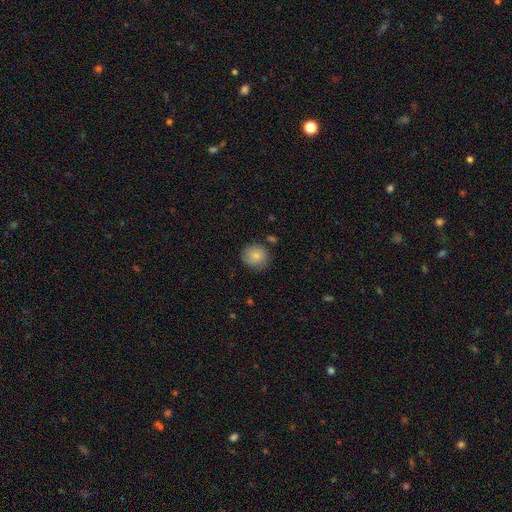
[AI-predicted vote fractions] A smooth galaxy with no disk features (82%) that is round (88%).

Vote fractions:
- Smooth or featured? smooth: 82% / featured or disk: 11% / star or artifact: 8%
- How rounded? round: 88% / in between: 11% / cigar-shaped: 1%
- Merging? none: 82% / minor disturbance: 13% / major disturbance: 3% / merger: 3%